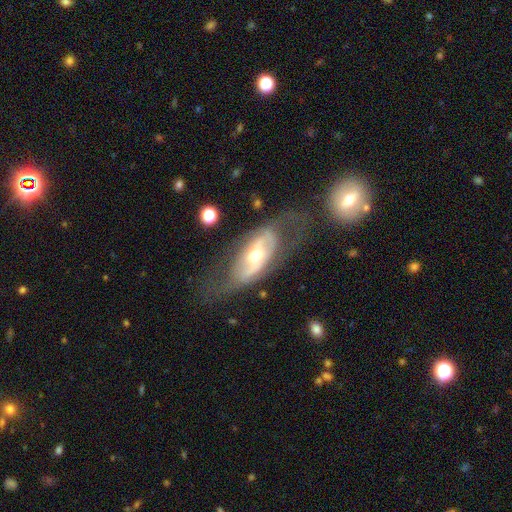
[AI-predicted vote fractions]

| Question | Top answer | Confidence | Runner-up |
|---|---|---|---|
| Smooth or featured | featured or disk | 72% | smooth (22%) |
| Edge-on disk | no | 87% | yes (13%) |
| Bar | no | 50% | weak (27%) |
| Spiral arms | yes | 56% | no (44%) |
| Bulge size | moderate | 60% | small (31%) |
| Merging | none | 56% | major disturbance (21%) |